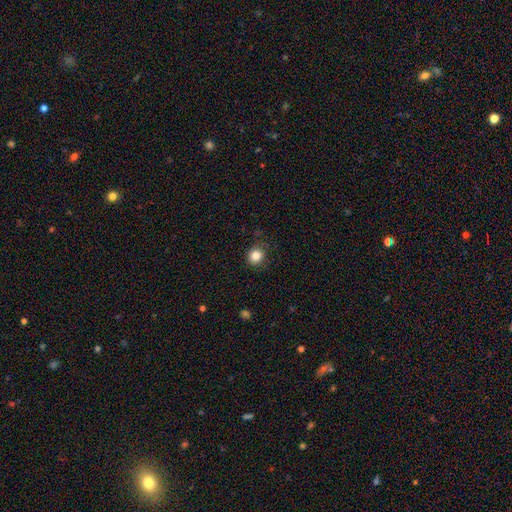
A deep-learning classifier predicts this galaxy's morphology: The model was most divided on "how rounded": round: 79%, in between: 20%, cigar-shaped: 1%. More confident: smooth or featured — smooth (84%); merging — none (82%).